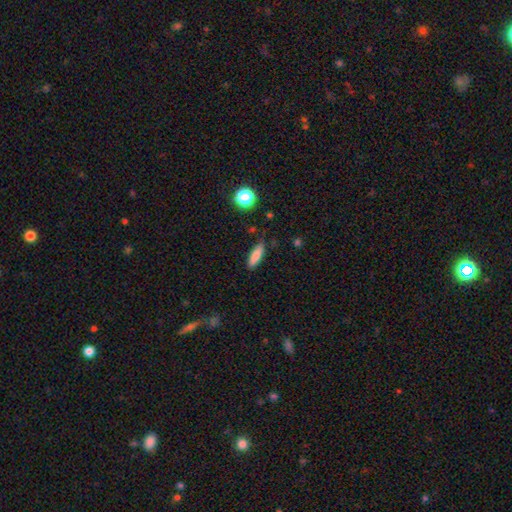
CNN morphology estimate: Smooth or featured? Predicted: smooth (p=0.82). How rounded? Predicted: cigar-shaped (p=0.52). Merging? Predicted: none (p=0.82).